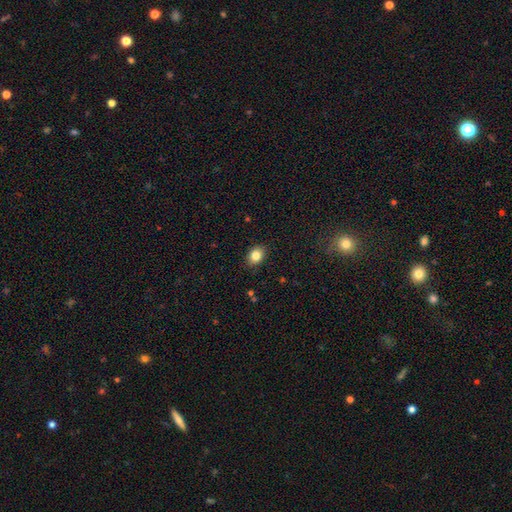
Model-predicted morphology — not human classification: smooth-or-featured: smooth: 84% | star or artifact: 9% | featured or disk: 6%
  how-rounded: in between: 65% | round: 34% | cigar-shaped: 1%
  merging: none: 88% | minor disturbance: 9% | major disturbance: 2% | merger: 1%